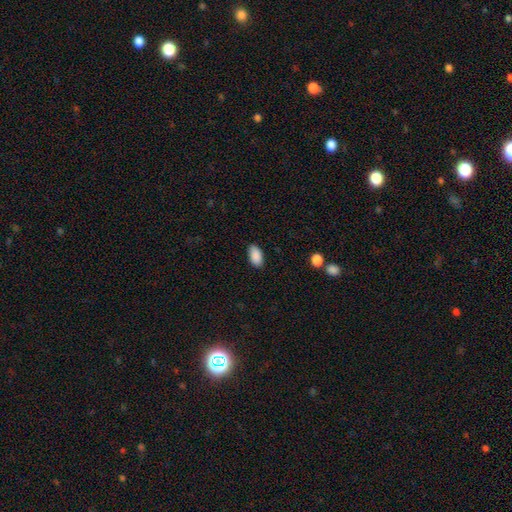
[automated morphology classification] Q: Smooth or featured?
A: smooth (90%); runner-up: star or artifact (7%)
Q: How rounded?
A: in between (94%); runner-up: round (3%)
Q: Merging?
A: none (85%); runner-up: minor disturbance (11%)